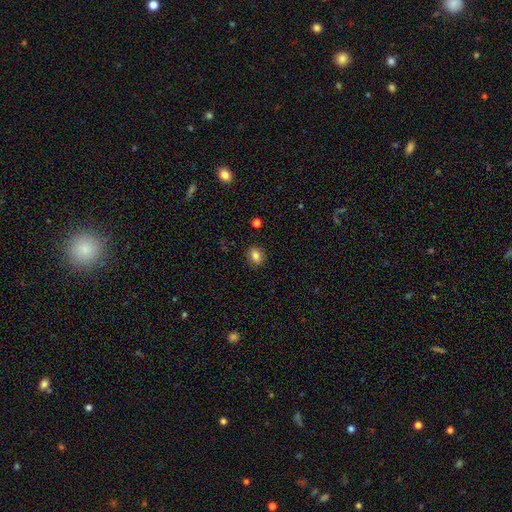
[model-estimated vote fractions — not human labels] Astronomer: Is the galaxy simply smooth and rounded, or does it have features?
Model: smooth — 83%.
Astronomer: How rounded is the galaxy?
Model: round — 54% (runner-up: in between, 45%).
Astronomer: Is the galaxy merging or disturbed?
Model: none — 89%.